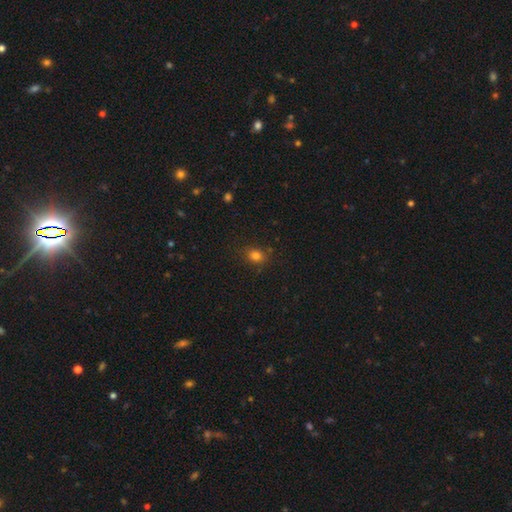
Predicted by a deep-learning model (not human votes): Overall: smooth (80%). How rounded: round (54%; in between 45%). Merging: none (80%).